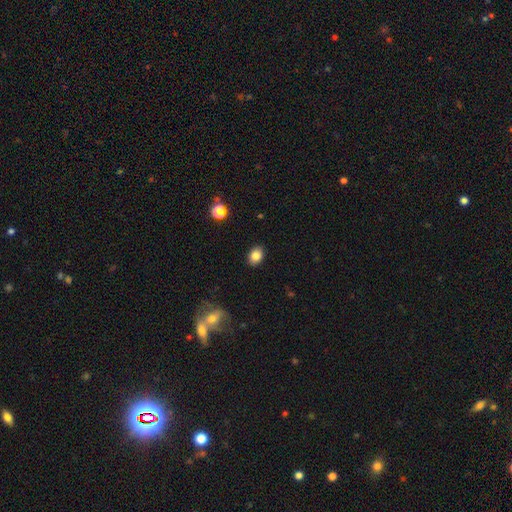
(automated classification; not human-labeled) The model was most divided on "how rounded": in between: 68%, round: 31%, cigar-shaped: 1%. More confident: merging — none (89%); smooth or featured — smooth (84%).